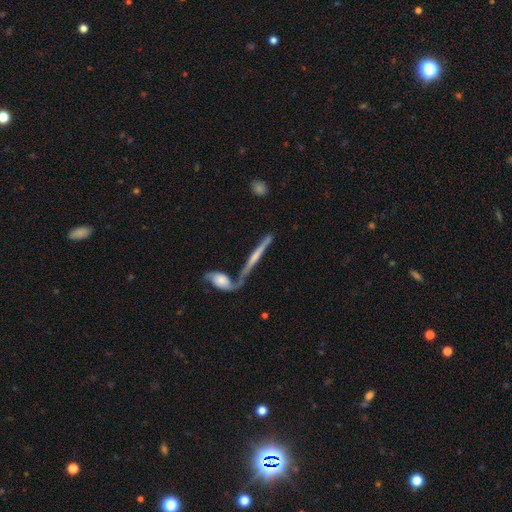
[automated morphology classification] featured or disk 64%, smooth 30%, star or artifact 6%. Down the decision tree: edge-on disk — yes (86%); edge-on bulge — none (47%); merging — none (48%).